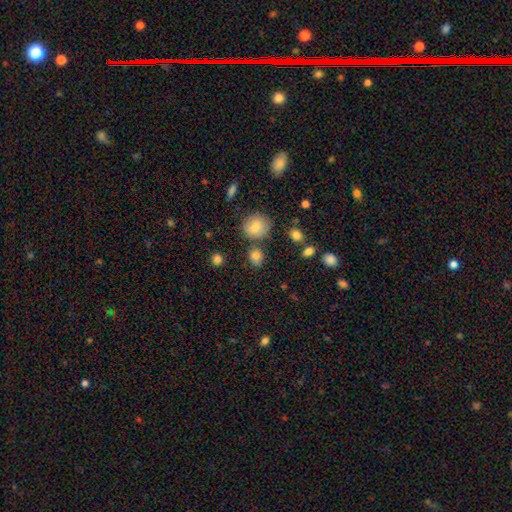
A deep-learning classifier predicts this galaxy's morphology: smooth 82%, star or artifact 12%, featured or disk 6%. Down the decision tree: how rounded — round (69%); merging — none (74%).